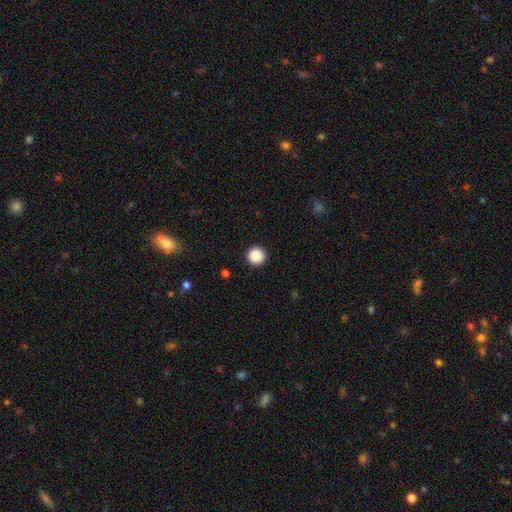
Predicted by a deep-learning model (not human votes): smooth_or_featured: smooth (p=0.88) [alt: star or artifact p=0.09]
how_rounded: round (p=0.95) [alt: in between p=0.04]
merging: none (p=0.93) [alt: minor disturbance p=0.05]